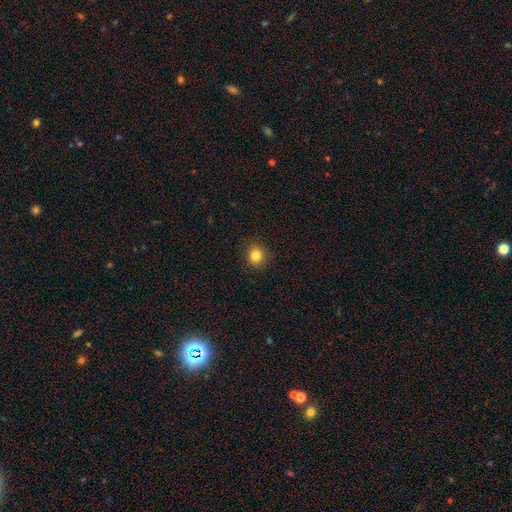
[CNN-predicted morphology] smooth_or_featured: smooth (p=0.83) [alt: star or artifact p=0.11]
how_rounded: round (p=0.86) [alt: in between p=0.13]
merging: none (p=0.90) [alt: minor disturbance p=0.07]